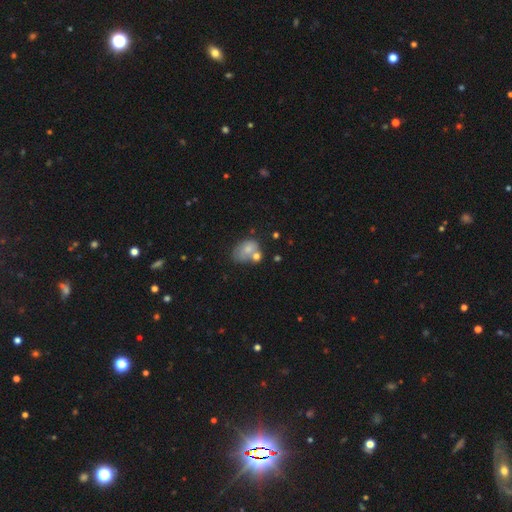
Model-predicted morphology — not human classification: Q: Smooth or featured?
A: smooth (51%); runner-up: featured or disk (25%)
Q: How rounded?
A: in between (56%); runner-up: round (42%)
Q: Merging?
A: none (50%); runner-up: merger (25%)